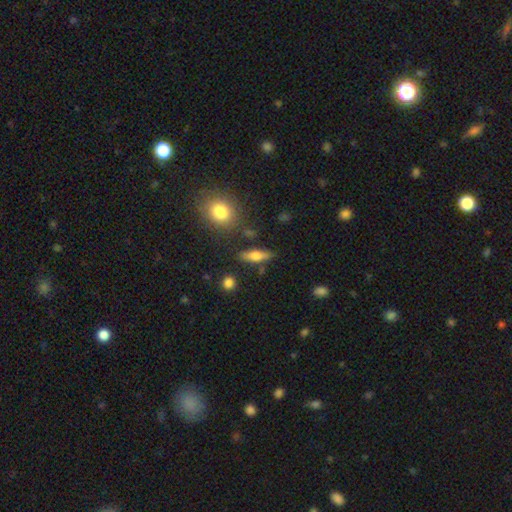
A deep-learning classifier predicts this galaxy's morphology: This is possibly a smooth galaxy (53%). How rounded: possibly in between (47%, tied with cigar-shaped). Merging: likely none (79%).